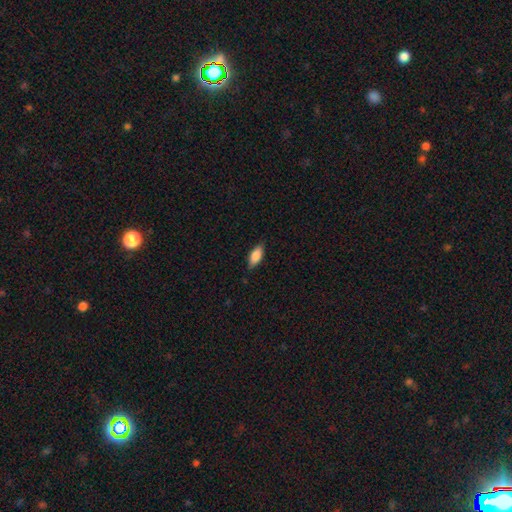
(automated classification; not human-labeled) Smooth or featured? smooth (82%)
How rounded? in between (81%)
Merging? none (83%)